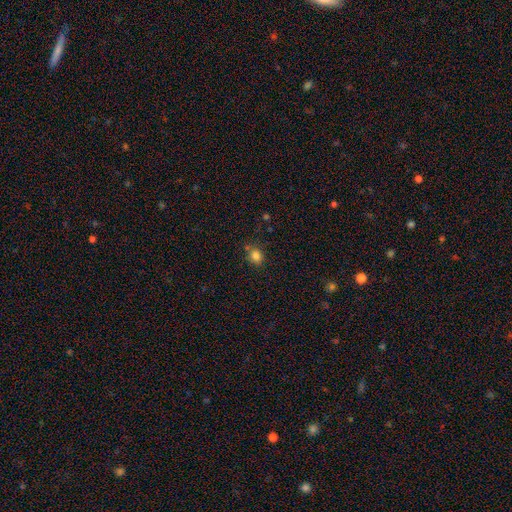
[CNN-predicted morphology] This appears to be a smooth galaxy with no disk features (82%) that is round (59%). Merging: none (73%).